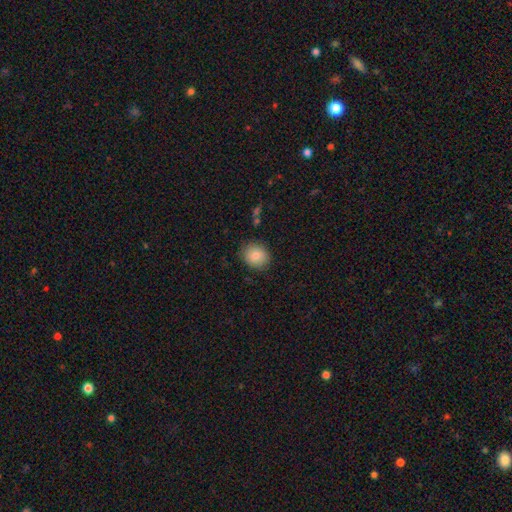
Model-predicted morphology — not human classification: The model was most divided on "how rounded": round: 76%, in between: 23%, cigar-shaped: 1%. More confident: merging — none (84%); smooth or featured — smooth (83%).